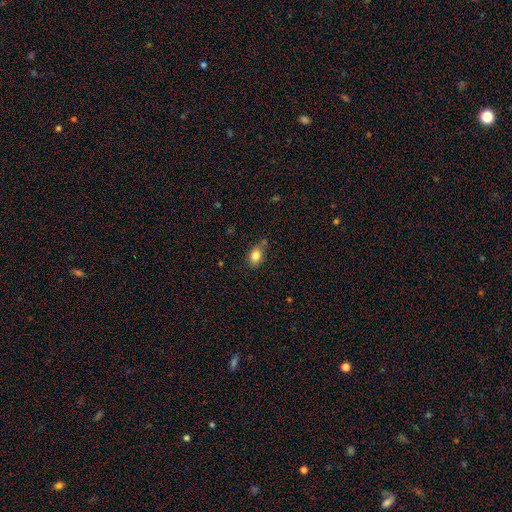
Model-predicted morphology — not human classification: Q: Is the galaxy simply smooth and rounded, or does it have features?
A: smooth — 84%.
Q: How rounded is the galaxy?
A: in between — 71%.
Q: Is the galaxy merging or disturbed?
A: none — 68%.